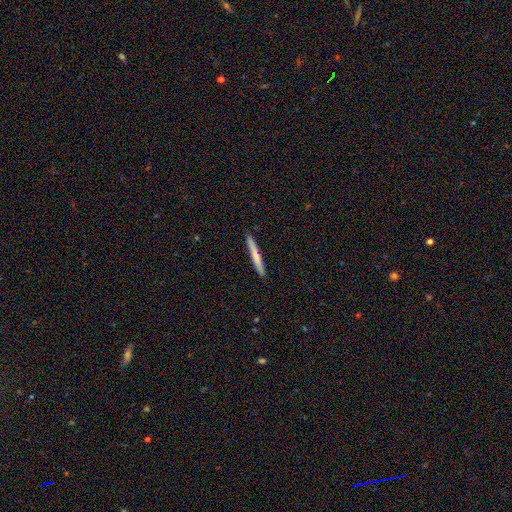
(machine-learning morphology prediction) type=smooth (68%); roundness=cigar-shaped (97%); merging=none (92%).